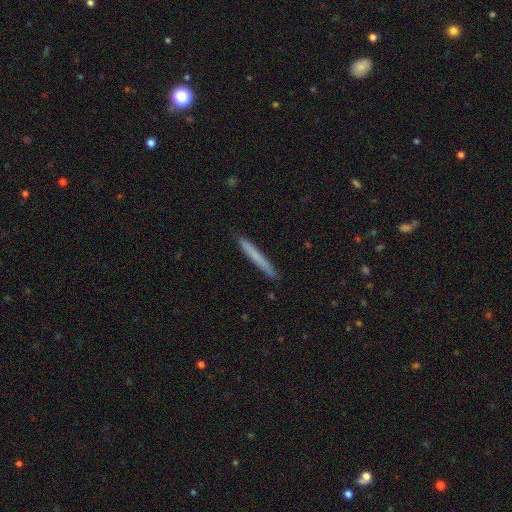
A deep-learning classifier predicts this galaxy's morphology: This appears to be a smooth galaxy with no disk features (70%) that is cigar-shaped (97%). Merging: none (90%).